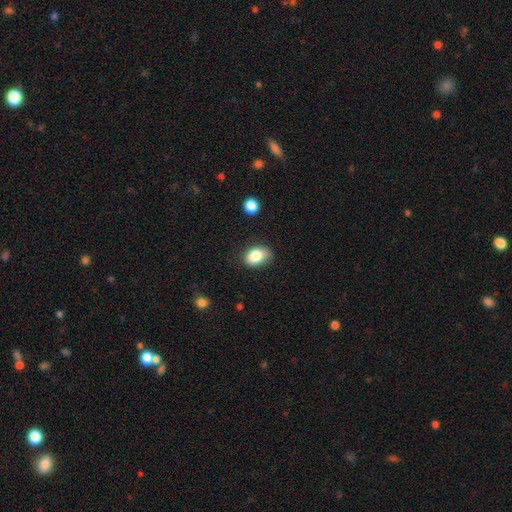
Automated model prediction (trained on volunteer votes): smooth_or_featured: smooth (p=0.83) [alt: star or artifact p=0.08]
how_rounded: in between (p=0.79) [alt: round p=0.20]
merging: none (p=0.70) [alt: minor disturbance p=0.23]